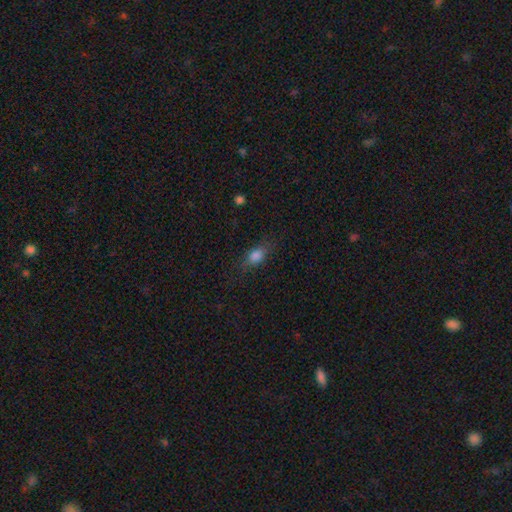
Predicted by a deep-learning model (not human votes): Q: Smooth or featured?
A: smooth (78%); runner-up: star or artifact (11%)
Q: How rounded?
A: in between (75%); runner-up: round (13%)
Q: Merging?
A: none (72%); runner-up: minor disturbance (19%)